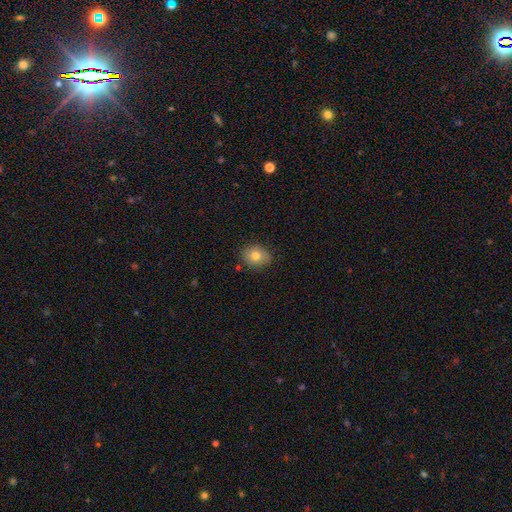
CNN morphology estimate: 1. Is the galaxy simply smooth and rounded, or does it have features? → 79% smooth, 11% featured or disk, 9% star or artifact.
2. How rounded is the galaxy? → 53% round, 46% in between, 1% cigar-shaped.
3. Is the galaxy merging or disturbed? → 82% none, 14% minor disturbance, 3% major disturbance, 2% merger.